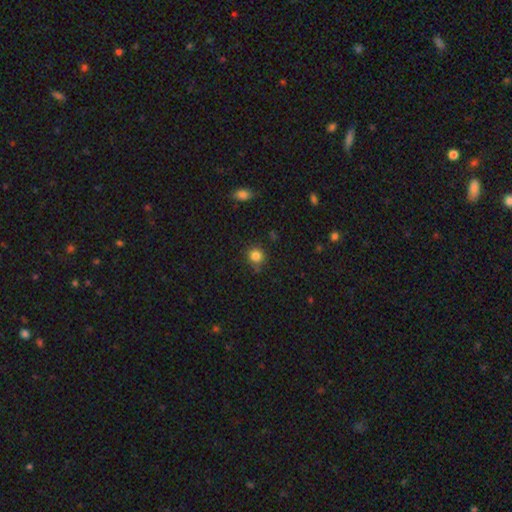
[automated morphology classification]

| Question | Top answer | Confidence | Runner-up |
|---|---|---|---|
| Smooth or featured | smooth | 84% | star or artifact (12%) |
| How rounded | round | 89% | in between (10%) |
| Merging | none | 80% | minor disturbance (13%) |